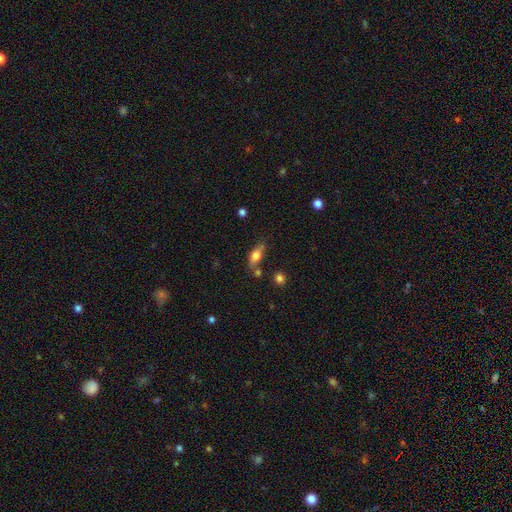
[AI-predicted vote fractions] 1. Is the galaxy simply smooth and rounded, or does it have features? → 66% smooth, 26% featured or disk, 8% star or artifact.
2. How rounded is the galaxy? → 68% in between, 27% cigar-shaped, 5% round.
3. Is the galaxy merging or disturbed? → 62% none, 21% minor disturbance, 11% merger, 6% major disturbance.